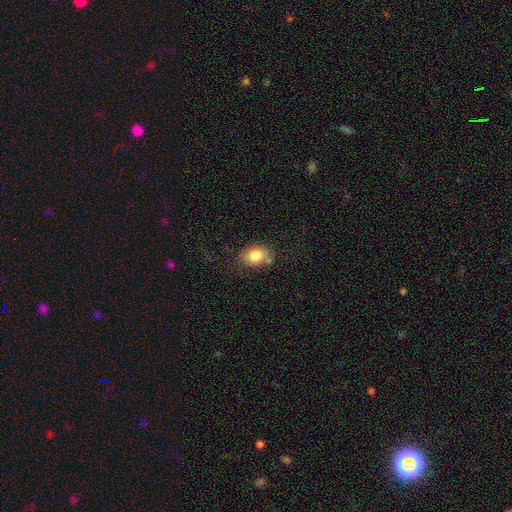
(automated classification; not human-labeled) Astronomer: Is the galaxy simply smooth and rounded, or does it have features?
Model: smooth — 82%.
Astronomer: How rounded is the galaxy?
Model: in between — 63%.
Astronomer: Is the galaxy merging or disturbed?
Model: none — 66%.